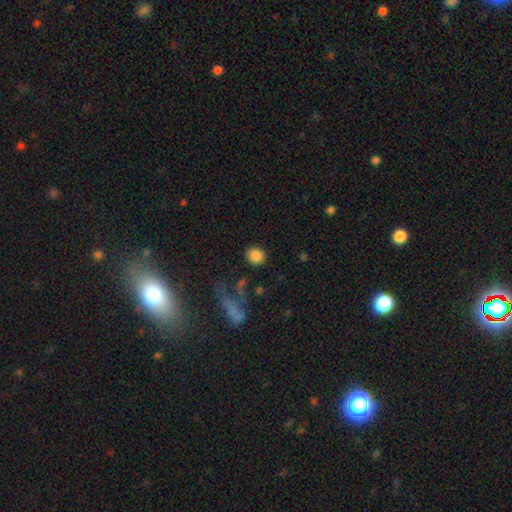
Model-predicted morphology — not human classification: Q: Smooth or featured?
A: smooth (85%); runner-up: star or artifact (9%)
Q: How rounded?
A: round (77%); runner-up: in between (21%)
Q: Merging?
A: none (85%); runner-up: minor disturbance (8%)